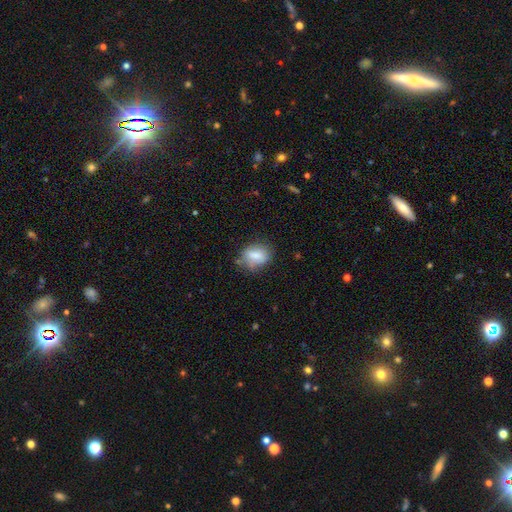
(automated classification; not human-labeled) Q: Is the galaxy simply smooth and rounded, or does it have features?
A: smooth — 76%.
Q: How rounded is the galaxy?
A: in between — 63%.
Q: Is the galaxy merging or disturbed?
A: none — 61%.